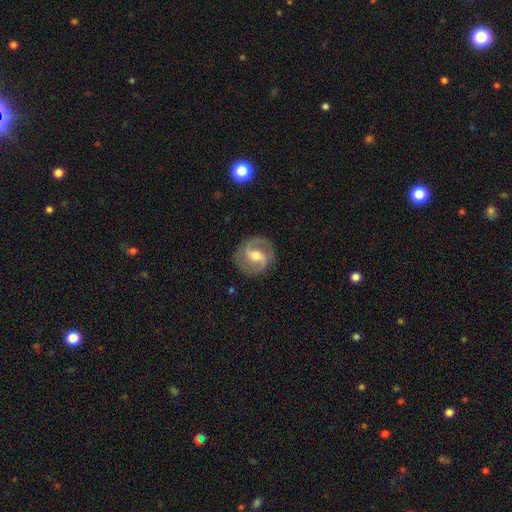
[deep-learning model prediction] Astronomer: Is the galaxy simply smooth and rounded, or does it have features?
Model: featured or disk — 78%.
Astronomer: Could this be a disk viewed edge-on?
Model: no — 97%.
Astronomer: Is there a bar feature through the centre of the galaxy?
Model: weak — 47% (runner-up: strong, 35%).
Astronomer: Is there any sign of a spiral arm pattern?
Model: yes — 89%.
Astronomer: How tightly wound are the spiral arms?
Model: medium — 50% (runner-up: tight, 30%).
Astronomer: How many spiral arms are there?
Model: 2 — 87%.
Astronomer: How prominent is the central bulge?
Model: moderate — 62%.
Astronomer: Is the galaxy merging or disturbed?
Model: none — 83%.